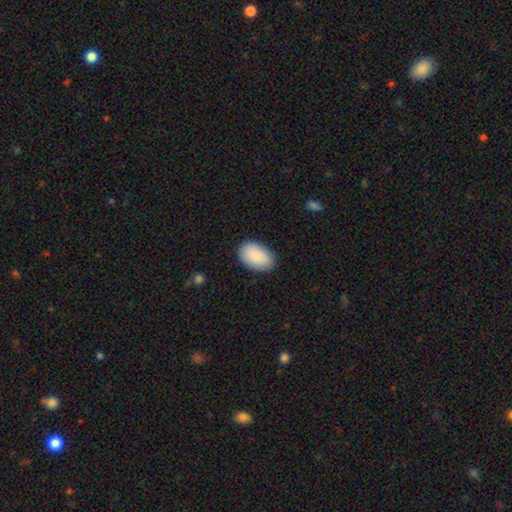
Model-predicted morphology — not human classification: The model was most divided on "merging": none: 86%, minor disturbance: 11%, major disturbance: 2%, merger: 1%. More confident: how rounded — in between (92%); smooth or featured — smooth (89%).